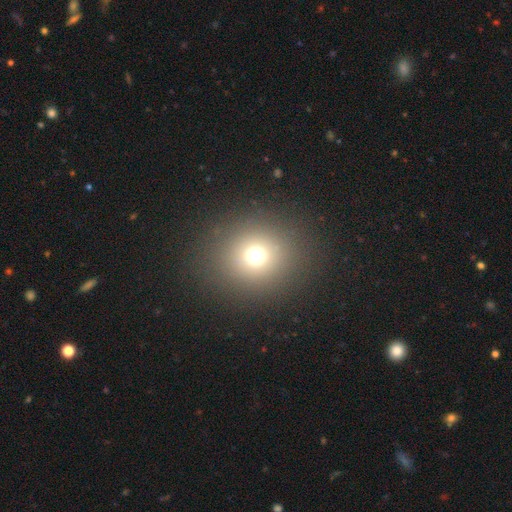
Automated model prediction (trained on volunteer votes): A smooth galaxy with no disk features (68%) that is round (89%).

Vote fractions:
- Smooth or featured? smooth: 68% / star or artifact: 23% / featured or disk: 9%
- How rounded? round: 89% / in between: 10% / cigar-shaped: 1%
- Merging? none: 87% / minor disturbance: 6% / major disturbance: 5% / merger: 2%